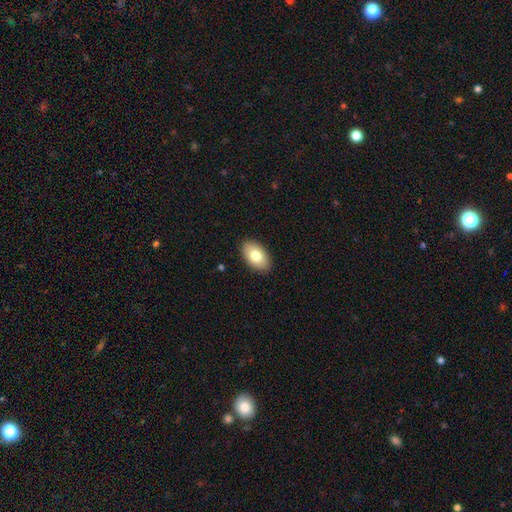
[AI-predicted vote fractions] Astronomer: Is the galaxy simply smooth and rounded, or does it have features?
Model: smooth — 77%.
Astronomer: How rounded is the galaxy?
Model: in between — 93%.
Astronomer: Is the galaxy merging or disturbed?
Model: none — 89%.